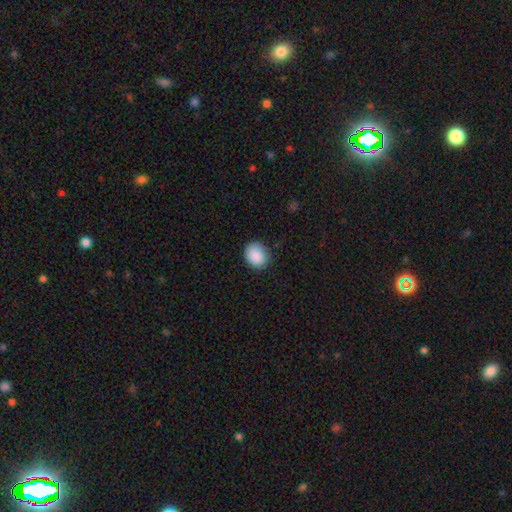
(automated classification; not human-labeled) A smooth galaxy with no disk features (89%) that is round (69%).

Vote fractions:
- Smooth or featured? smooth: 89% / star or artifact: 8% / featured or disk: 3%
- How rounded? round: 69% / in between: 30% / cigar-shaped: 1%
- Merging? none: 85% / minor disturbance: 12% / major disturbance: 3% / merger: 1%